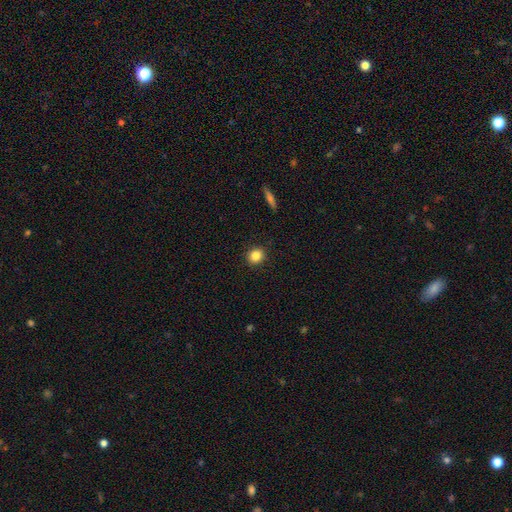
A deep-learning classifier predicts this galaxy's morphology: A smooth galaxy with no disk features (85%) that is round (85%). Merging: none (91%).